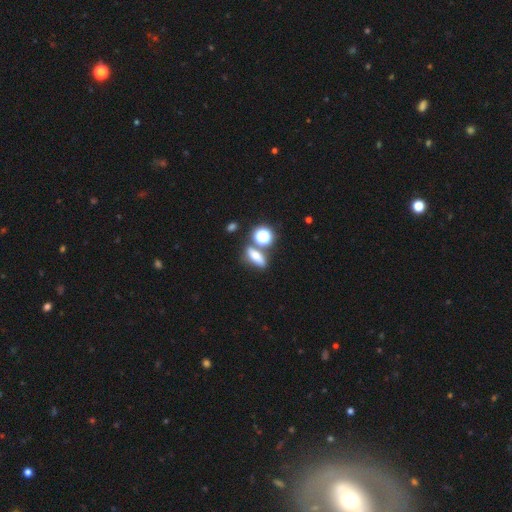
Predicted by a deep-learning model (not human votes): A smooth galaxy with no disk features (66%) that is in between round and cigar-shaped (52%).

Vote fractions:
- Smooth or featured? smooth: 66% / star or artifact: 18% / featured or disk: 16%
- How rounded? in between: 52% / round: 25% / cigar-shaped: 23%
- Merging? none: 64% / merger: 18% / minor disturbance: 13% / major disturbance: 5%